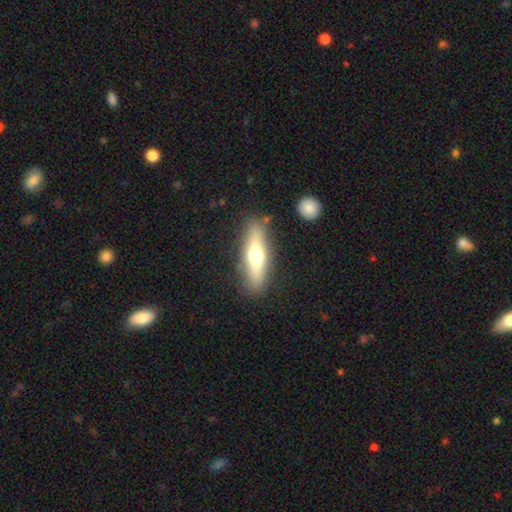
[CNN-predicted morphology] Smooth or featured: smooth — 50% (featured or disk — 43%)
Merging: none — 85% (minor disturbance — 10%)